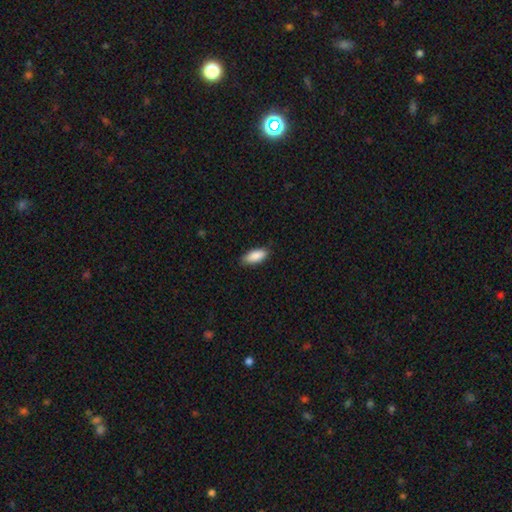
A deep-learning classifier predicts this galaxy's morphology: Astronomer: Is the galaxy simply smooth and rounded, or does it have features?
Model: smooth — 89%.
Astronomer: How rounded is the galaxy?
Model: in between — 84%.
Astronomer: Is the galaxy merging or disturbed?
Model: none — 84%.